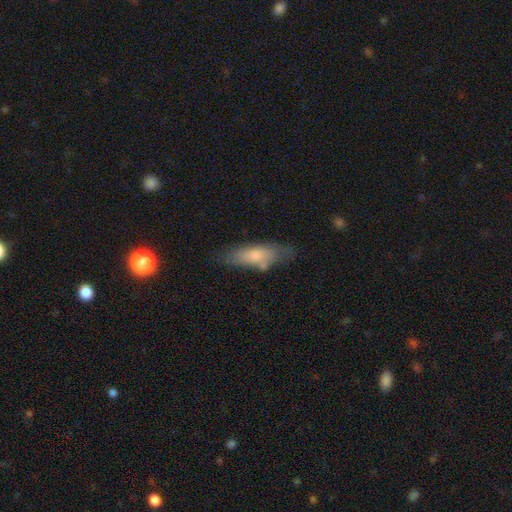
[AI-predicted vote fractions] Smooth or featured? smooth (68%)
How rounded? in between (57%)
Merging? none (62%)